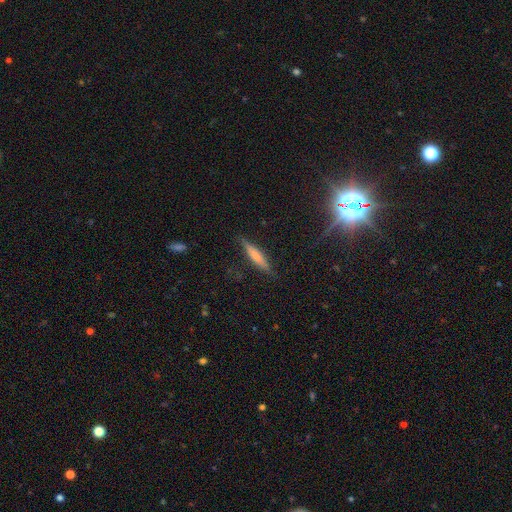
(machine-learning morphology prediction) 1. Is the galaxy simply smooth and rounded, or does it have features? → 58% smooth, 34% featured or disk, 8% star or artifact.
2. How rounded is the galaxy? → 87% cigar-shaped, 11% in between, 2% round.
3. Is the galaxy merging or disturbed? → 85% none, 11% minor disturbance, 3% major disturbance, 1% merger.